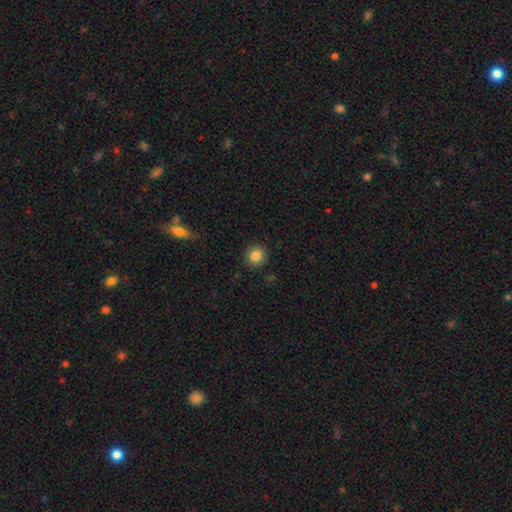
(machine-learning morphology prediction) smooth 85%, star or artifact 10%, featured or disk 6%. Down the decision tree: how rounded — round (90%); merging — none (90%).